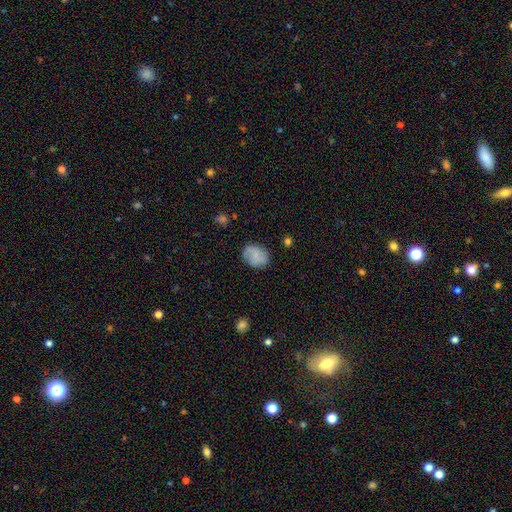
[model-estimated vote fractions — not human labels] This is likely a smooth galaxy (79%). How rounded: likely in between (61%). Merging: likely none (77%).